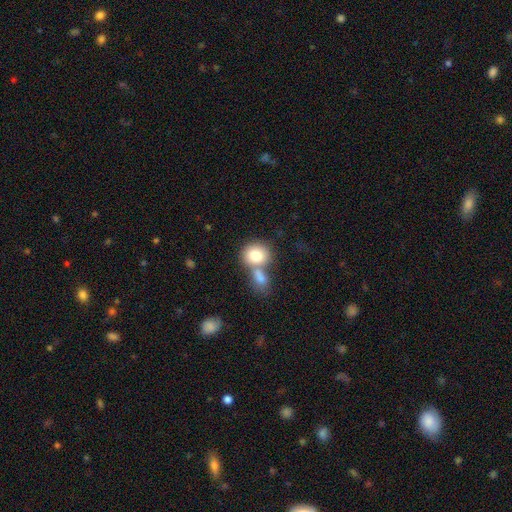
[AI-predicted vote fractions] Smooth or featured? Predicted: smooth (p=0.79). How rounded? Predicted: round (p=0.74). Merging? Predicted: merger (p=0.50).